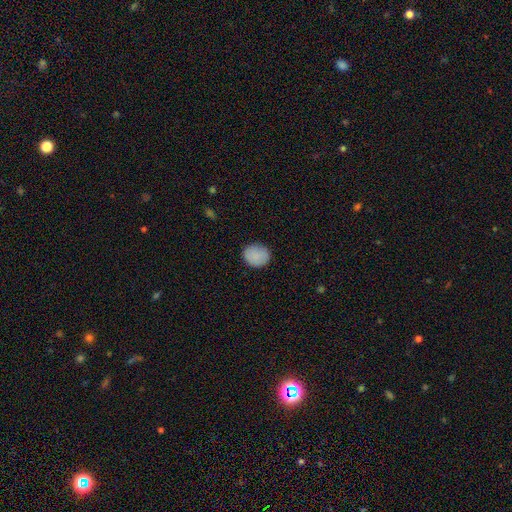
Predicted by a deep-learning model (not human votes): A smooth galaxy with no disk features (88%) that is round (72%). Merging: none (86%).